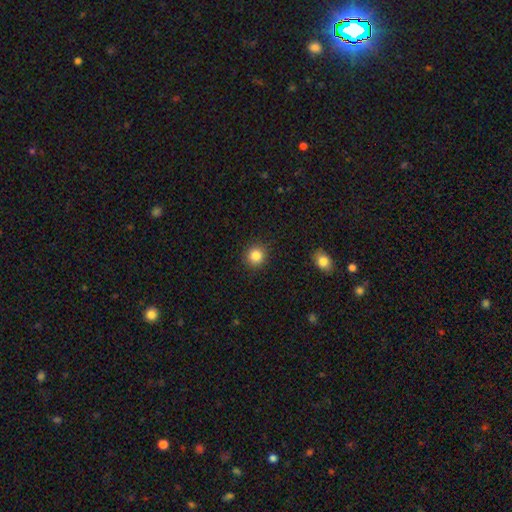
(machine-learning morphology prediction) type=smooth (84%); roundness=round (91%); merging=none (91%).